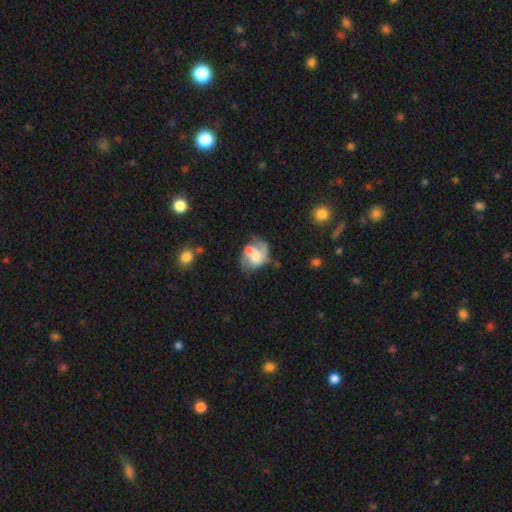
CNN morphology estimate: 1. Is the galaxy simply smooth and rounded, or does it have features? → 60% featured or disk, 32% smooth, 7% star or artifact.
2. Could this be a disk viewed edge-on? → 97% no, 3% yes.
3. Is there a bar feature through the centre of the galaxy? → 64% no, 29% weak, 7% strong.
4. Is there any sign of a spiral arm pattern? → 73% yes, 27% no.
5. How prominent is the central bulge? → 41% moderate, 23% small, 19% large, 13% none, 3% dominant.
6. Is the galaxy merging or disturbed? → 33% none, 29% merger, 21% minor disturbance, 17% major disturbance.